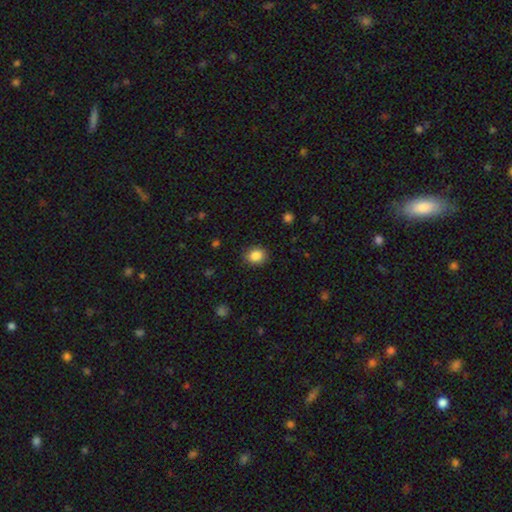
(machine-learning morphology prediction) This is clearly a smooth galaxy (87%). How rounded: likely round (61%). Merging: clearly none (87%).